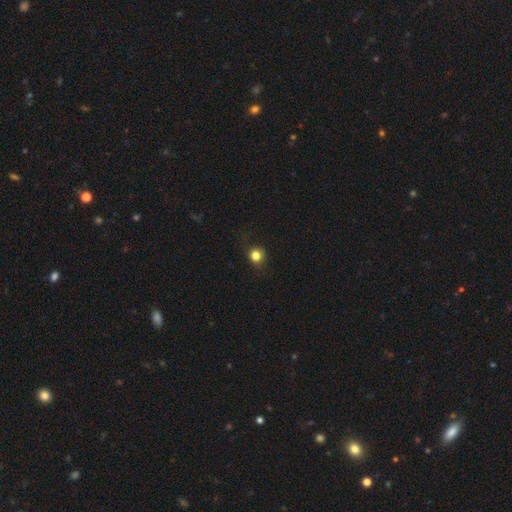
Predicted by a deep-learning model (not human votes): The model was most divided on "smooth or featured": smooth: 82%, star or artifact: 13%, featured or disk: 5%. More confident: how rounded — round (90%); merging — none (86%).